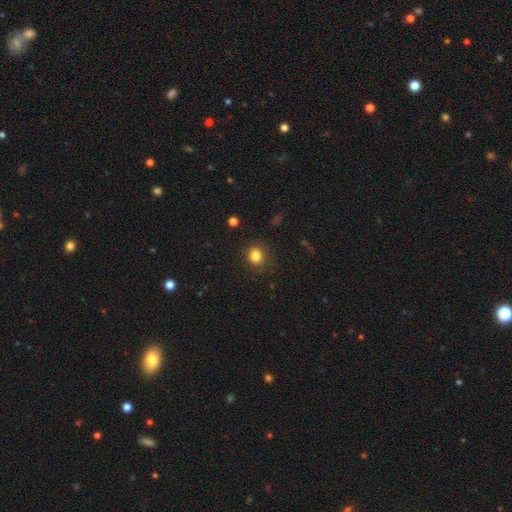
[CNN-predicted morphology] type=smooth (83%); roundness=round (67%); merging=none (81%).